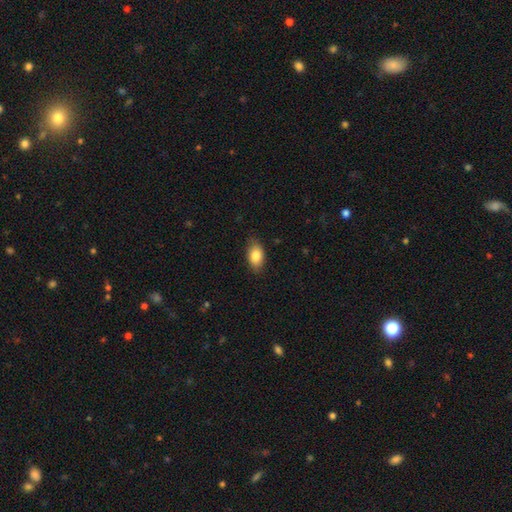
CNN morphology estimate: Q: Smooth or featured?
A: smooth (83%); runner-up: featured or disk (9%)
Q: How rounded?
A: in between (90%); runner-up: round (8%)
Q: Merging?
A: none (82%); runner-up: minor disturbance (14%)